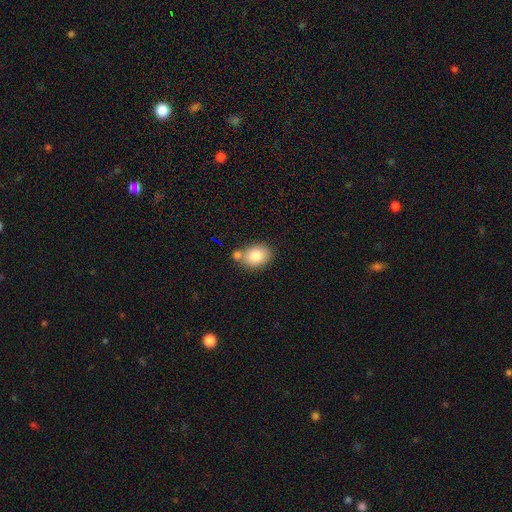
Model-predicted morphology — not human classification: This appears to be a smooth galaxy with no disk features (79%) that is in between round and cigar-shaped (66%). Merging: none (54%).